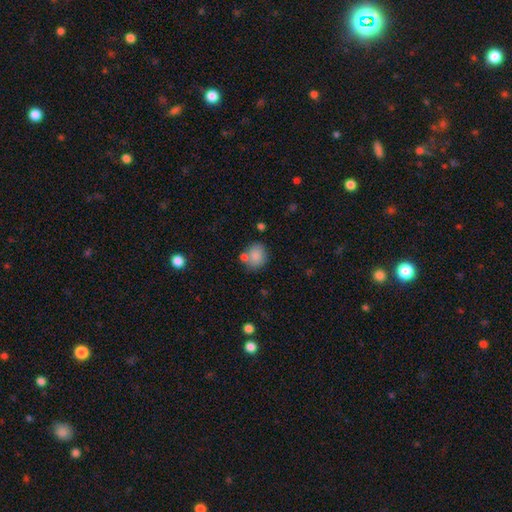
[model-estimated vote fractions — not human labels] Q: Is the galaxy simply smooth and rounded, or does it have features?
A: smooth — 84%.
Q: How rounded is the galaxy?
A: round — 74%.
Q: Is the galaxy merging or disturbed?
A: none — 61%.